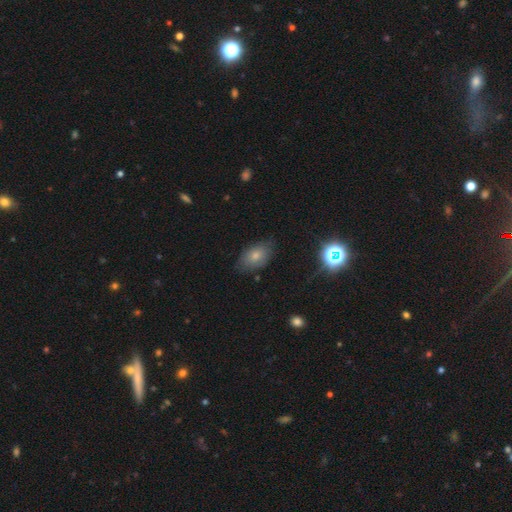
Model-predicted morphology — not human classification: Smooth or featured? Predicted: smooth (p=0.72). How rounded? Predicted: in between (p=0.89). Merging? Predicted: none (p=0.69).